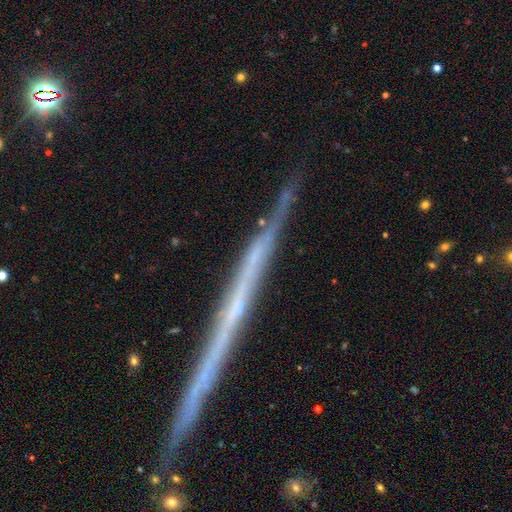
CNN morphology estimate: Q: Smooth or featured?
A: featured or disk (70%); runner-up: smooth (22%)
Q: Edge-on disk?
A: yes (96%); runner-up: no (4%)
Q: Edge-on bulge?
A: none (79%); runner-up: rounded (12%)
Q: Merging?
A: none (78%); runner-up: minor disturbance (15%)